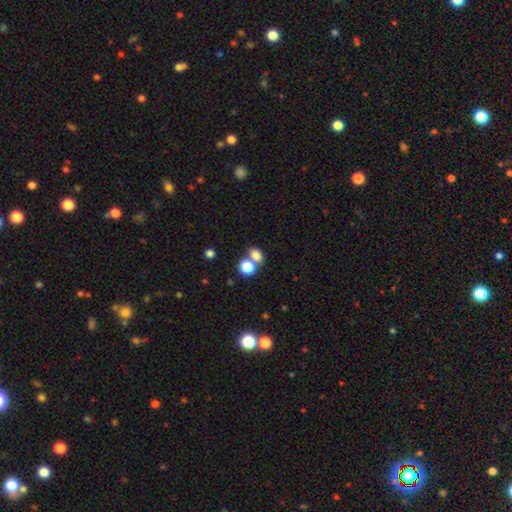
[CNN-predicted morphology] smooth 79%, star or artifact 13%, featured or disk 8%. Down the decision tree: how rounded — in between (61%); merging — none (48%).